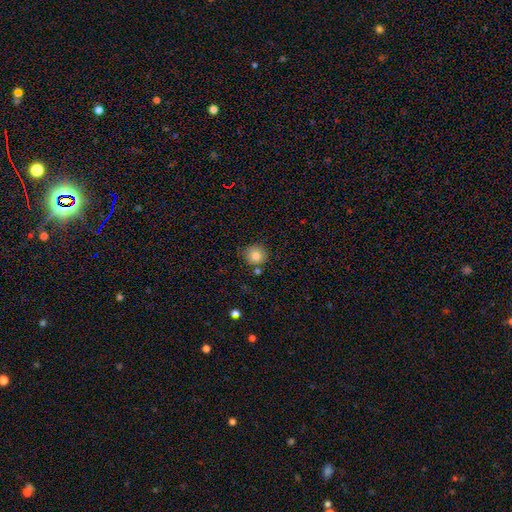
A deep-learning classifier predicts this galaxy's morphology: The model was most divided on "merging": none: 78%, minor disturbance: 12%, merger: 6%, major disturbance: 3%. More confident: how rounded — round (90%); smooth or featured — smooth (83%).